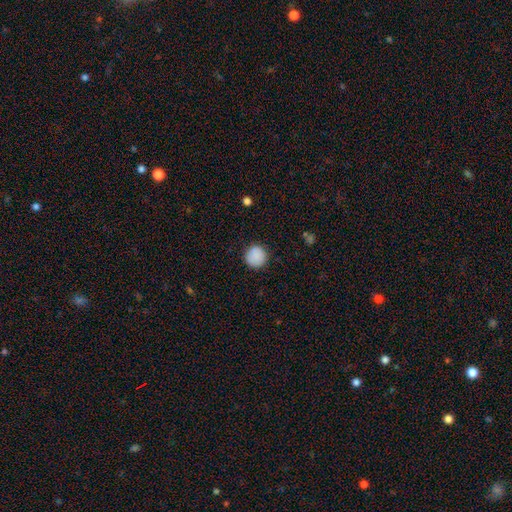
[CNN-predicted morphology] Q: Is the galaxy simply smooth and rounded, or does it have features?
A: smooth — 89%.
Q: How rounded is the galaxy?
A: round — 94%.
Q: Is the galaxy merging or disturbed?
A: none — 89%.